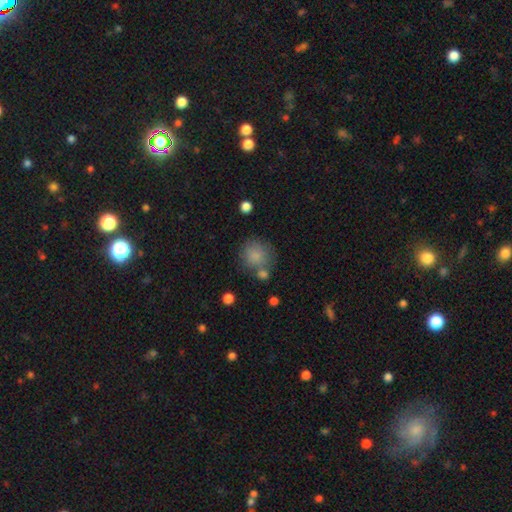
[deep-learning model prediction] Smooth or featured? smooth (83%)
How rounded? round (87%)
Merging? none (65%)